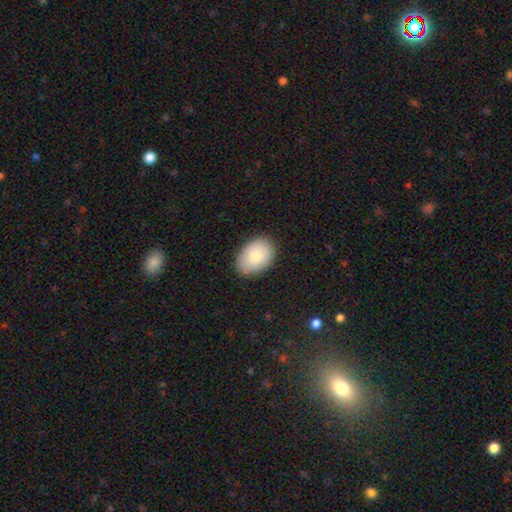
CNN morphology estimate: smooth 81%, featured or disk 12%, star or artifact 6%. Down the decision tree: how rounded — in between (83%); merging — none (86%).